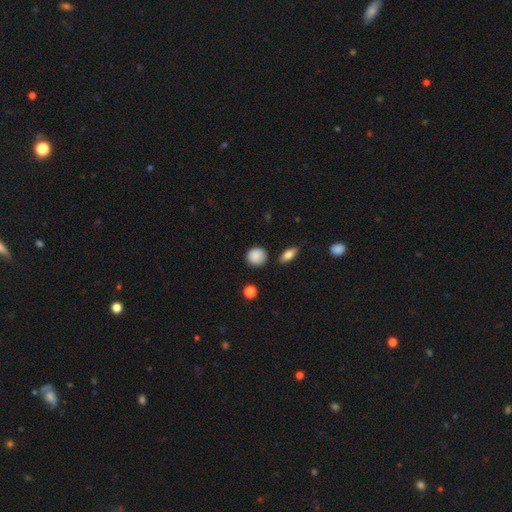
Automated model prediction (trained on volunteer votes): Smooth or featured? Predicted: smooth (p=0.87). How rounded? Predicted: round (p=0.85). Merging? Predicted: none (p=0.82).